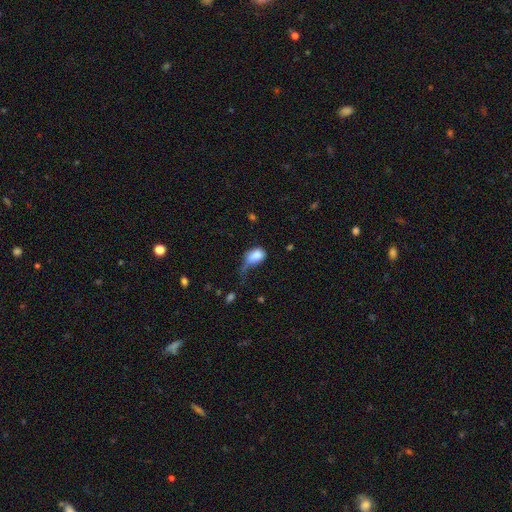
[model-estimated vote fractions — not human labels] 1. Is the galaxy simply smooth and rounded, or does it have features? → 80% smooth, 12% featured or disk, 8% star or artifact.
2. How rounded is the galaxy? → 80% in between, 18% round, 2% cigar-shaped.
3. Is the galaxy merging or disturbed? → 48% major disturbance, 28% minor disturbance, 17% none, 6% merger.